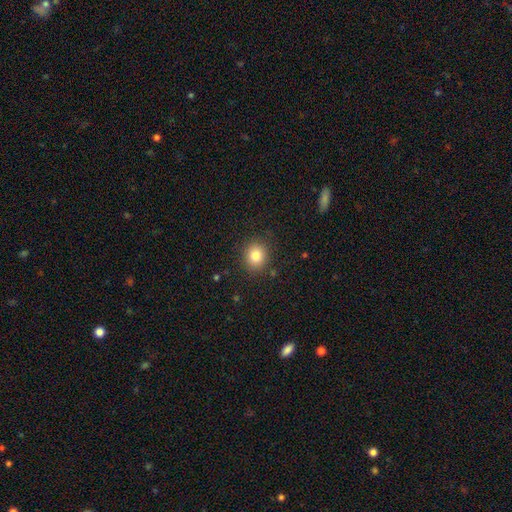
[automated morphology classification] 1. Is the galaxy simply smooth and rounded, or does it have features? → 82% smooth, 11% star or artifact, 7% featured or disk.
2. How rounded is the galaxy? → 73% round, 26% in between, 1% cigar-shaped.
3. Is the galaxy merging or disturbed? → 87% none, 9% minor disturbance, 3% major disturbance, 1% merger.